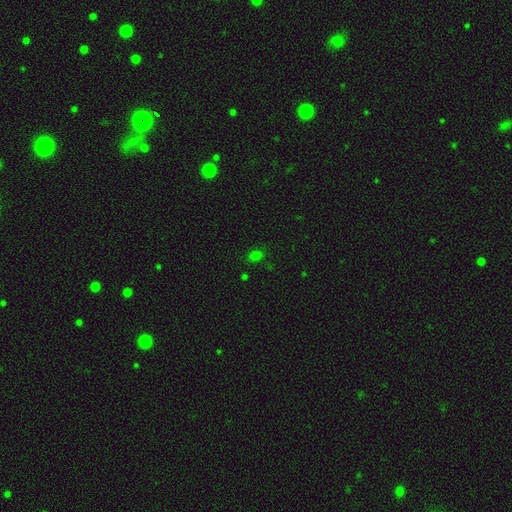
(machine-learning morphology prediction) Smooth or featured? Predicted: smooth (p=0.71). How rounded? Predicted: in between (p=0.53). Merging? Predicted: none (p=0.83).